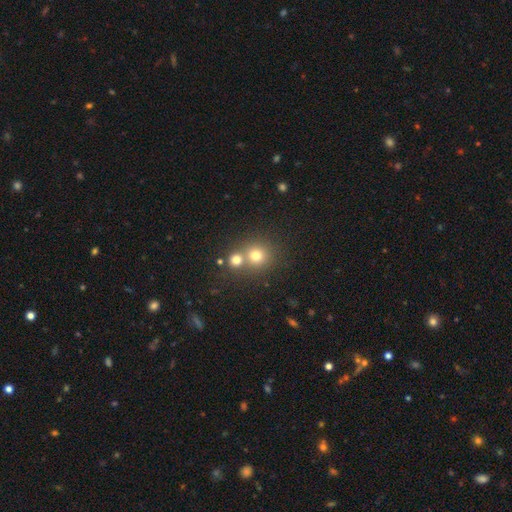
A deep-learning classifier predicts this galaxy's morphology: Smooth or featured? Predicted: smooth (p=0.74). How rounded? Predicted: round (p=0.89). Merging? Predicted: none (p=0.52).